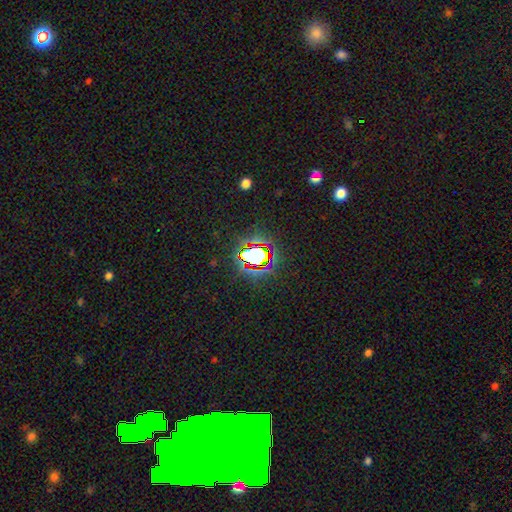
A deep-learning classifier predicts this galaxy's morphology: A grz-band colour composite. It shows a star or artifact, not a galaxy (65%).